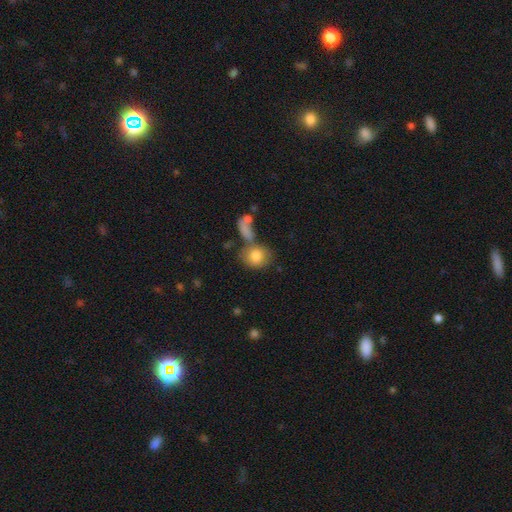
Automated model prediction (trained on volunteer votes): smooth-or-featured: smooth: 79% | featured or disk: 12% | star or artifact: 8%
  how-rounded: round: 65% | in between: 33% | cigar-shaped: 2%
  merging: none: 48% | merger: 30% | minor disturbance: 14% | major disturbance: 9%